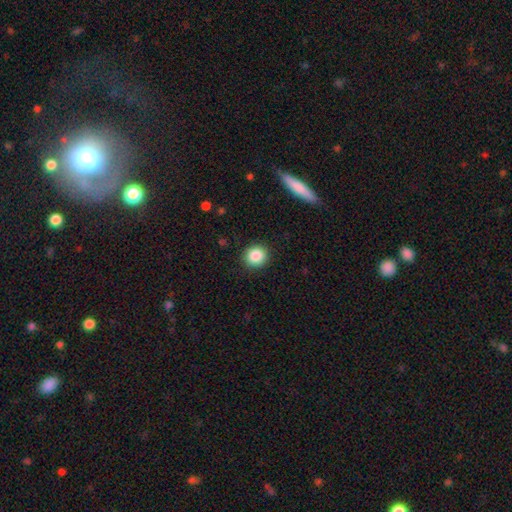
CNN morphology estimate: A smooth galaxy with no disk features (86%) that is round (88%). Merging: none (90%).